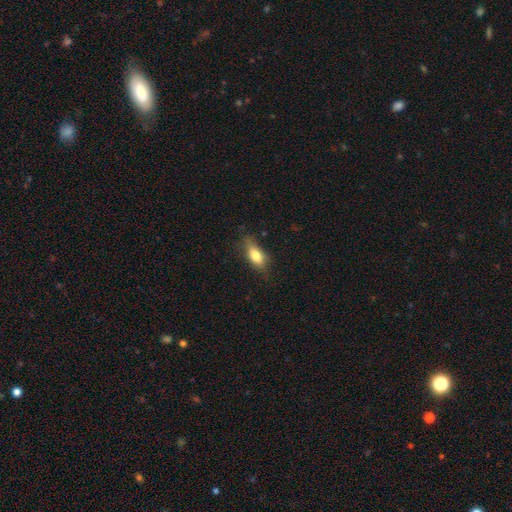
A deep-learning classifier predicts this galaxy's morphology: Q: Smooth or featured?
A: smooth (74%); runner-up: featured or disk (18%)
Q: How rounded?
A: in between (76%); runner-up: cigar-shaped (19%)
Q: Merging?
A: none (68%); runner-up: minor disturbance (24%)